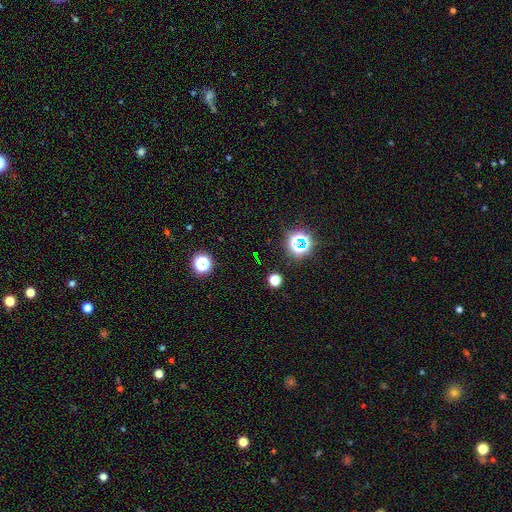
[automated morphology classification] This appears to be a star or artifact, not a galaxy (64%).